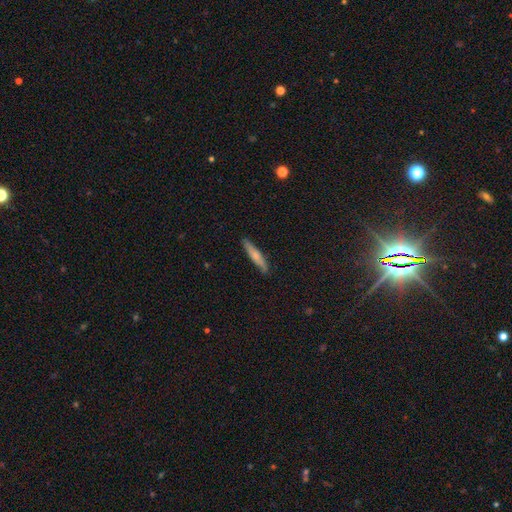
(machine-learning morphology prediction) This is likely a smooth galaxy (60%). How rounded: clearly cigar-shaped (89%). Merging: clearly none (85%).